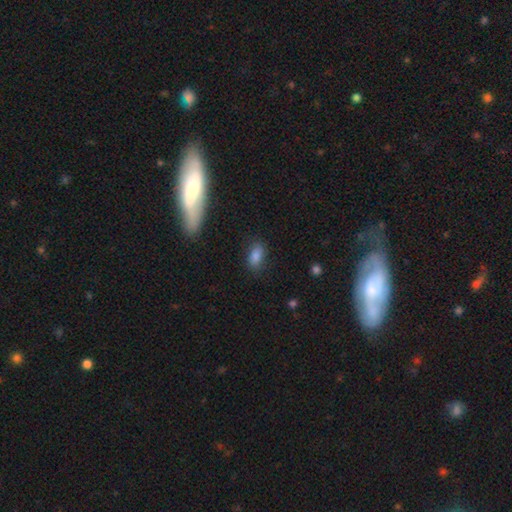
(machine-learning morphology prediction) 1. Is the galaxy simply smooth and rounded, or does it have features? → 83% smooth, 11% star or artifact, 6% featured or disk.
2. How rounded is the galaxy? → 88% in between, 7% round, 5% cigar-shaped.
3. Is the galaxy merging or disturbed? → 80% none, 14% minor disturbance, 4% major disturbance, 2% merger.